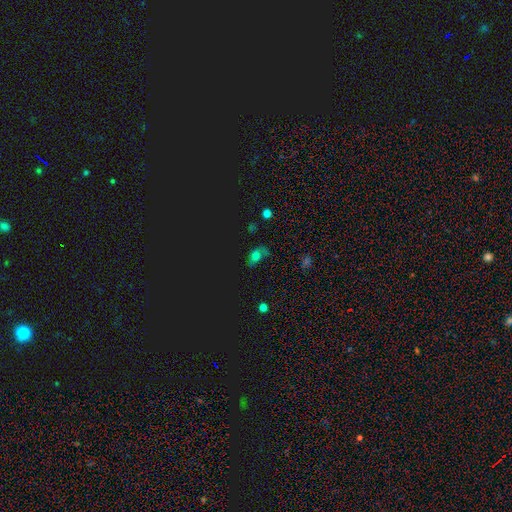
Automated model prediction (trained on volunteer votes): Morphology: type=smooth (50%); roundness=in between (72%); merging=none (46%).